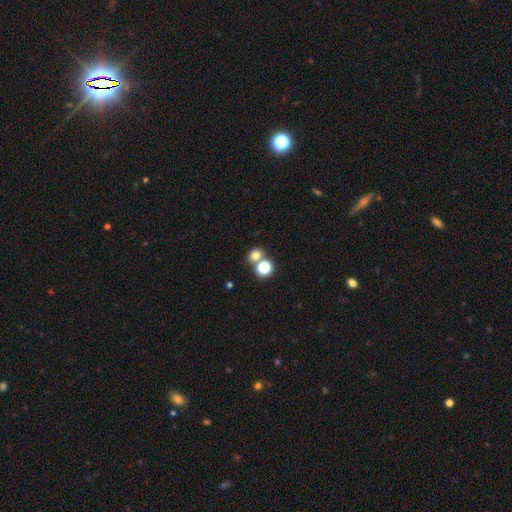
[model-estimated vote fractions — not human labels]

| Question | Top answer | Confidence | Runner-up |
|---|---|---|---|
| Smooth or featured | smooth | 73% | star or artifact (18%) |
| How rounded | round | 65% | in between (34%) |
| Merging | none | 56% | merger (33%) |